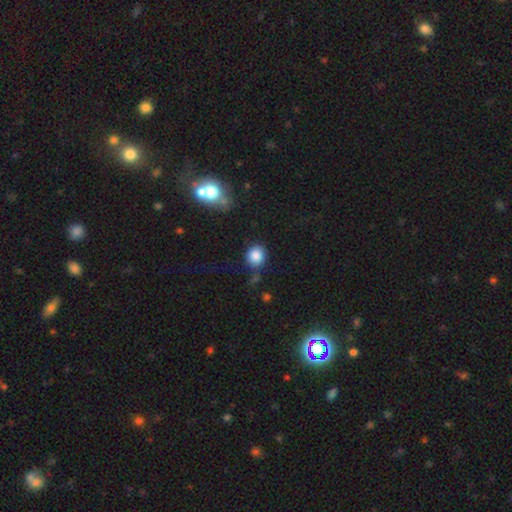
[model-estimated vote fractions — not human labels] Q: Smooth or featured?
A: smooth (85%); runner-up: star or artifact (10%)
Q: How rounded?
A: round (84%); runner-up: in between (15%)
Q: Merging?
A: none (73%); runner-up: minor disturbance (16%)